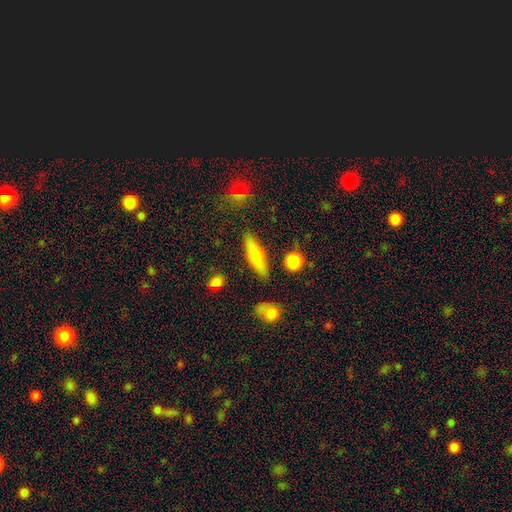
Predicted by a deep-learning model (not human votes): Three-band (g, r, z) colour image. It shows a smooth galaxy with no disk features (60%) that is cigar-shaped (51%). Merging: none (85%).